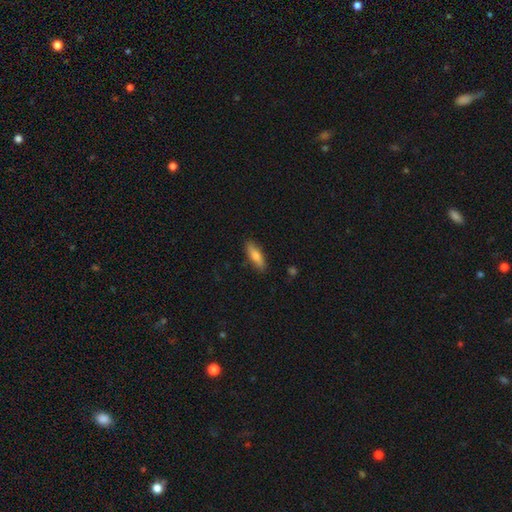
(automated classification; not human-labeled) This is likely a smooth galaxy (74%). How rounded: possibly cigar-shaped (57%). Merging: clearly none (86%).